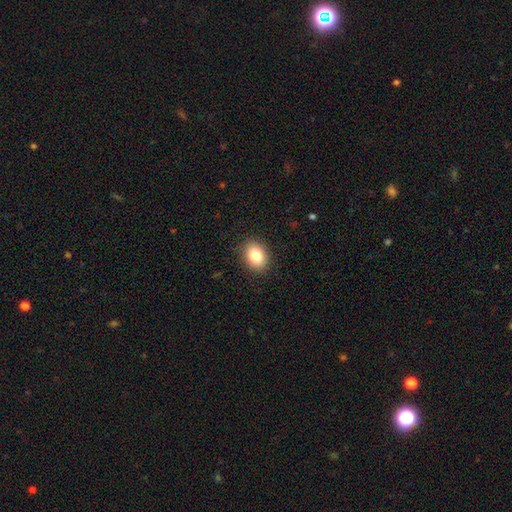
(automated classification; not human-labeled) Smooth or featured: smooth — 84% (star or artifact — 9%)
How rounded: in between — 73% (round — 26%)
Merging: none — 87% (minor disturbance — 10%)